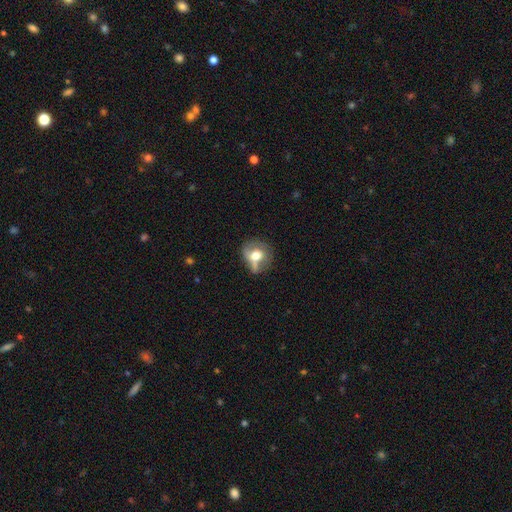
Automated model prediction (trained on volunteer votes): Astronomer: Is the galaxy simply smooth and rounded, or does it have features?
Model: smooth — 56% (runner-up: featured or disk, 35%).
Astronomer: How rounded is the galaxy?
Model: round — 68%.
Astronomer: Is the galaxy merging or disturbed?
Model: none — 38% (runner-up: minor disturbance, 25%).